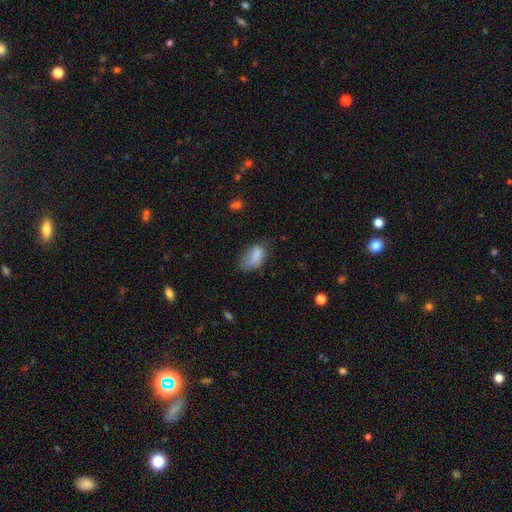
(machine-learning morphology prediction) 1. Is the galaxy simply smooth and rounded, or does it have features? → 77% smooth, 14% featured or disk, 9% star or artifact.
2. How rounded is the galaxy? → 91% in between, 7% round, 3% cigar-shaped.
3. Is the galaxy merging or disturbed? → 43% none, 34% minor disturbance, 19% major disturbance, 3% merger.